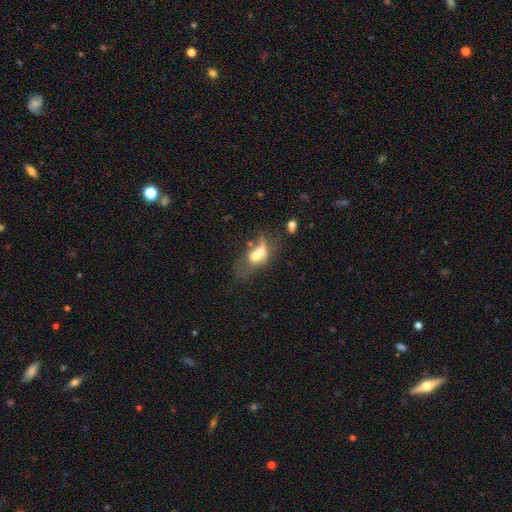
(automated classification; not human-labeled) This is possibly a smooth galaxy (55%). How rounded: possibly in between (59%). Merging: likely merger (61%).